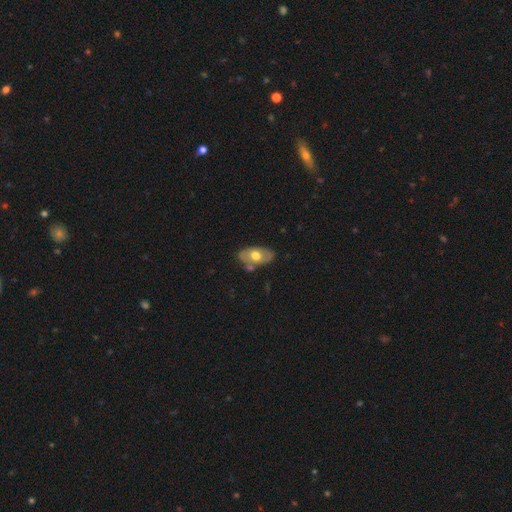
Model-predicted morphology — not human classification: Q: Smooth or featured?
A: smooth (50%); runner-up: featured or disk (45%)
Q: Merging?
A: none (68%); runner-up: minor disturbance (19%)